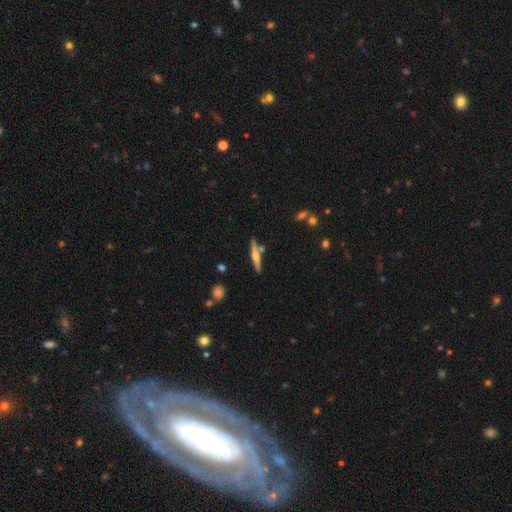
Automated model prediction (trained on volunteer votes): A featured or disk galaxy (64%) viewed edge-on (97%) with a rounded central bulge (87%).

Vote fractions:
- Smooth or featured? featured or disk: 64% / smooth: 30% / star or artifact: 6%
- Edge-on disk? yes: 97% / no: 3%
- Edge-on bulge? rounded: 87% / boxy: 7% / none: 6%
- Merging? none: 79% / minor disturbance: 10% / merger: 8% / major disturbance: 2%